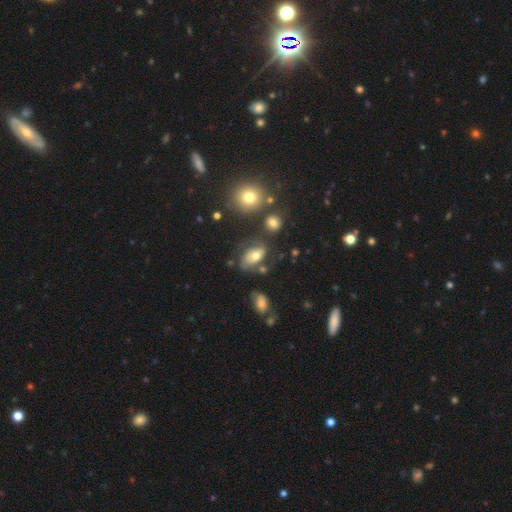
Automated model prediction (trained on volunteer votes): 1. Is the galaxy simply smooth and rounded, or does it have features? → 54% smooth, 35% featured or disk, 11% star or artifact.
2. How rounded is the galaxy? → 86% in between, 11% round, 3% cigar-shaped.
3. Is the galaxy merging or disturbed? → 52% none, 24% minor disturbance, 15% major disturbance, 9% merger.